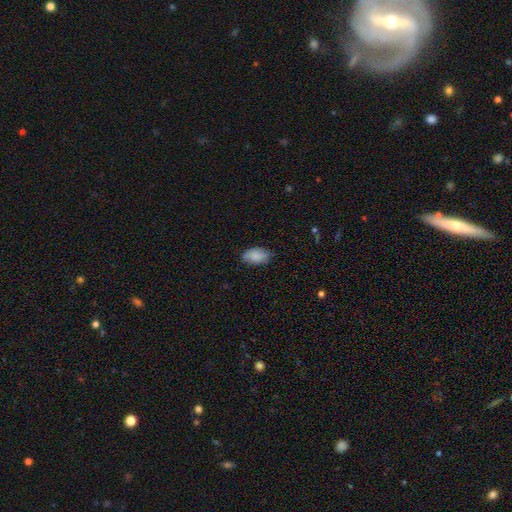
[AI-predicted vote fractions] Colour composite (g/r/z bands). It shows a smooth galaxy with no disk features (85%) that is in between round and cigar-shaped (92%). Merging: none (76%).